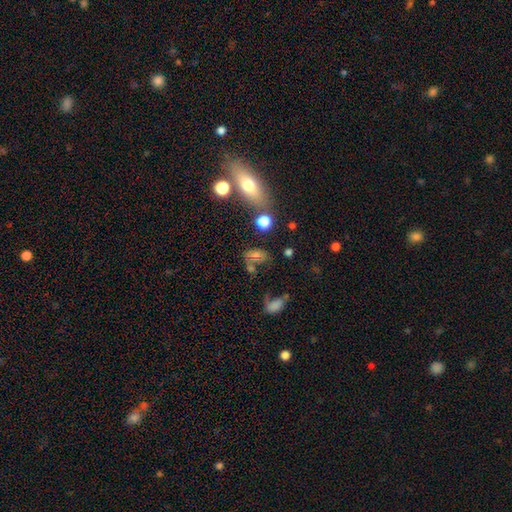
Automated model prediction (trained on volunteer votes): Smooth or featured: smooth — 60% (star or artifact — 22%)
How rounded: in between — 67% (round — 29%)
Merging: none — 51% (minor disturbance — 20%)